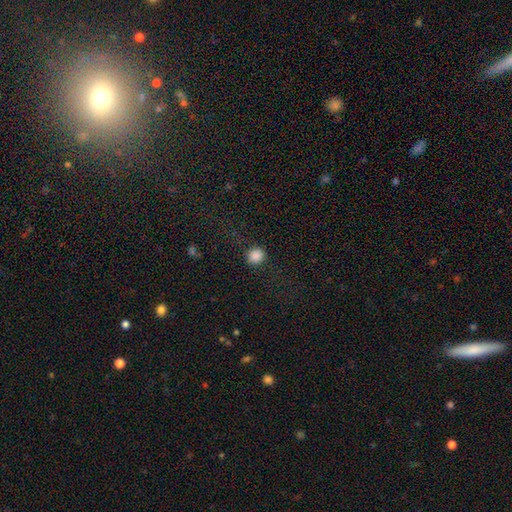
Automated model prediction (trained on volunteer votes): Smooth or featured? smooth (86%)
How rounded? round (87%)
Merging? none (88%)